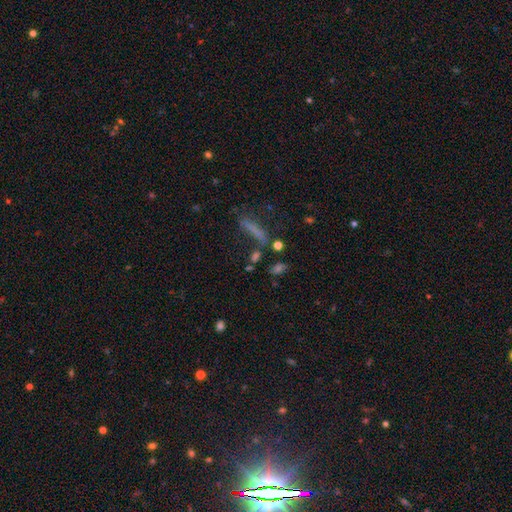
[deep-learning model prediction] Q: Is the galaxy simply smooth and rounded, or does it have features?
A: smooth — 61%.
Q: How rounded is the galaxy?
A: cigar-shaped — 78%.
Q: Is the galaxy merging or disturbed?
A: none — 59%.